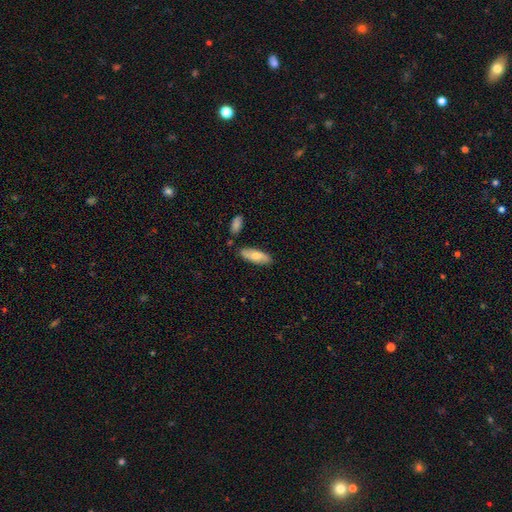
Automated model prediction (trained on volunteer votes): Overall: smooth (71%). How rounded: in between (66%; cigar-shaped 31%). Merging: none (81%).